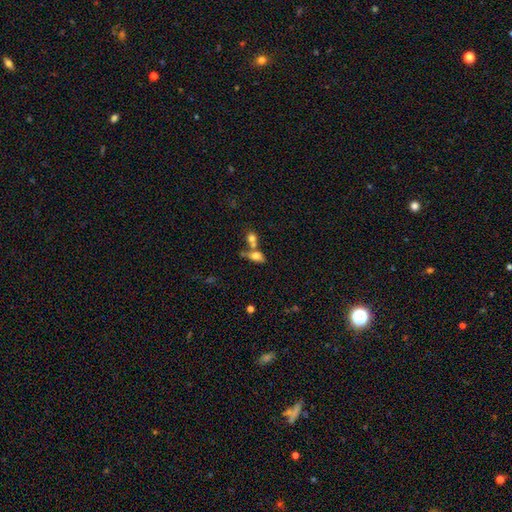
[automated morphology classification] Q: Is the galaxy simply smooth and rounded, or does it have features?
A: smooth — 69%.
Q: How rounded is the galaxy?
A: in between — 78%.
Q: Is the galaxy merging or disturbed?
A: merger — 49%.